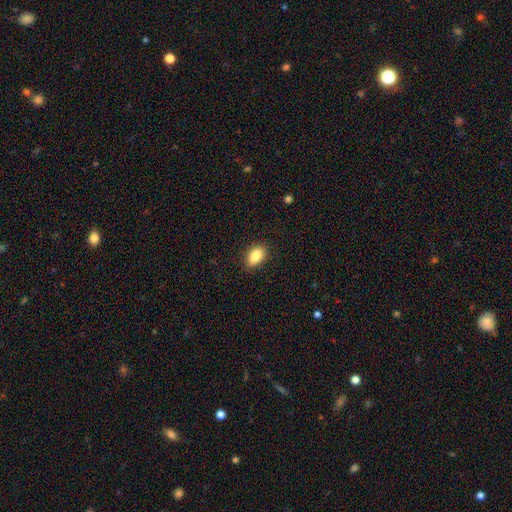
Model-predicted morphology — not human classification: Smooth or featured? Predicted: smooth (p=0.88). How rounded? Predicted: in between (p=0.89). Merging? Predicted: none (p=0.84).